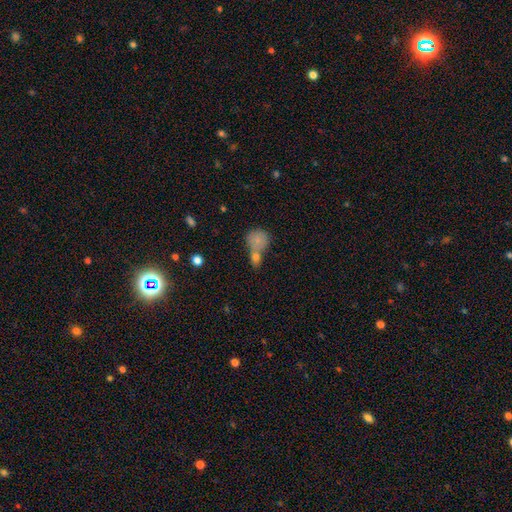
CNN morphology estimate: A smooth galaxy with no disk features (66%) that is round (66%). Merging: merger (46%).